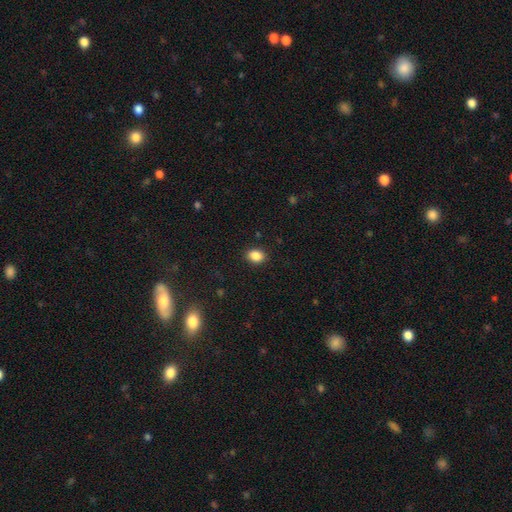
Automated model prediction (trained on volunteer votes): Smooth or featured?
  - smooth: 87% *
  - star or artifact: 9%
  - featured or disk: 4%
How rounded?
  - in between: 67% *
  - round: 32%
  - cigar-shaped: 1%
Merging?
  - none: 89% *
  - minor disturbance: 8%
  - major disturbance: 2%
  - merger: 1%